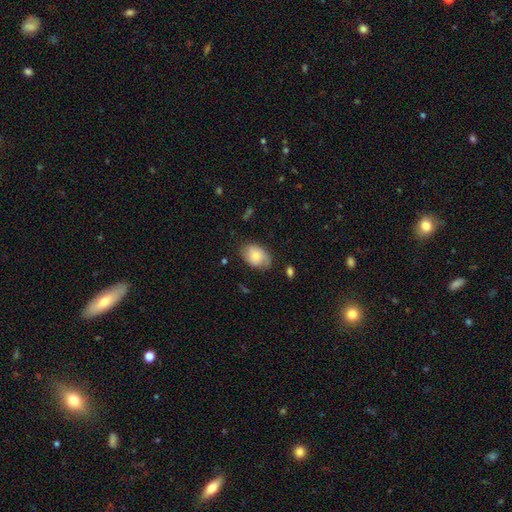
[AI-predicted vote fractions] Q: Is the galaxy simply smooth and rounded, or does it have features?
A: smooth — 68%.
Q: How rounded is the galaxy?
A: in between — 81%.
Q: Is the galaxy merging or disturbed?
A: none — 68%.